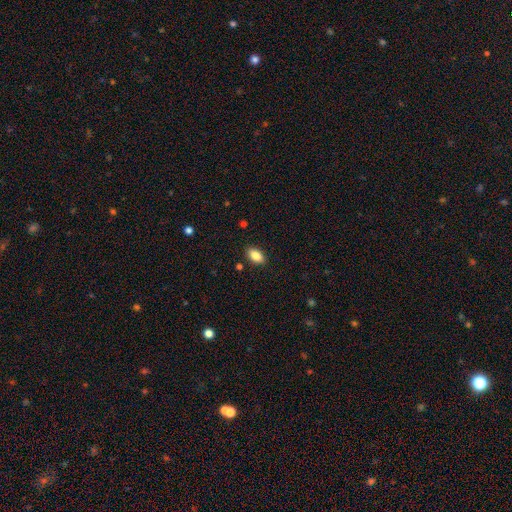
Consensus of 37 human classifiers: A smooth galaxy with no disk features (84%) that is in between round and cigar-shaped (97%).

Vote fractions:
- Smooth or featured? smooth: 84% / featured or disk: 11% / star or artifact: 5%
- How rounded? in between: 97% / cigar-shaped: 3% / round: 0%
- Merging? none: 89% / minor disturbance: 9% / major disturbance: 3% / merger: 0%